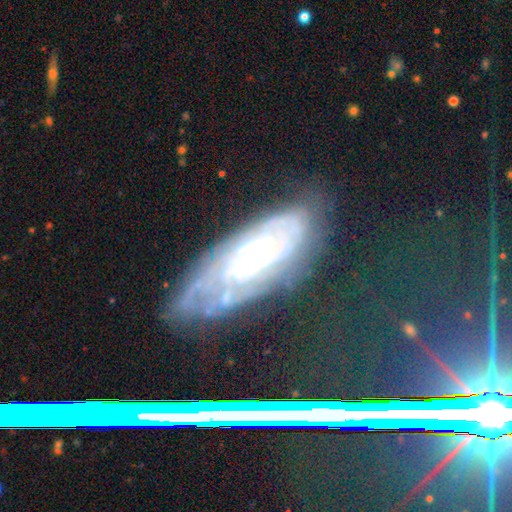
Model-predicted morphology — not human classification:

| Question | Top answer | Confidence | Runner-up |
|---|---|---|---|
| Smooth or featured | featured or disk | 75% | smooth (14%) |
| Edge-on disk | no | 86% | yes (14%) |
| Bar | no | 73% | weak (21%) |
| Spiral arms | yes | 88% | no (12%) |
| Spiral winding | tight | 77% | medium (18%) |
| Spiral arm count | can't tell | 65% | 2 (12%) |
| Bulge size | small | 52% | moderate (42%) |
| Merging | none | 69% | minor disturbance (21%) |